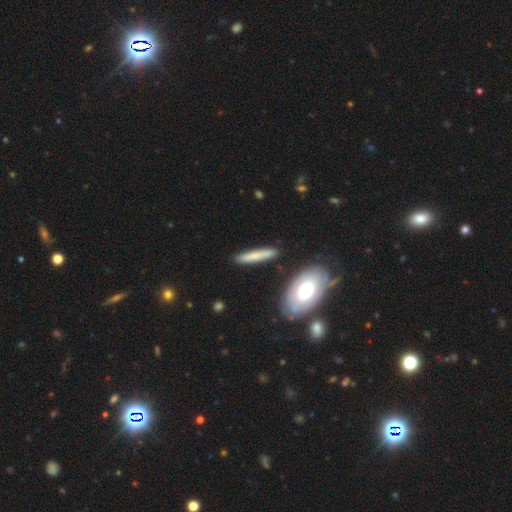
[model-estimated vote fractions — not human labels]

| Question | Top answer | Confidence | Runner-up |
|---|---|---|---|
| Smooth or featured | smooth | 69% | featured or disk (26%) |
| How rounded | cigar-shaped | 90% | in between (8%) |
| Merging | none | 88% | minor disturbance (8%) |